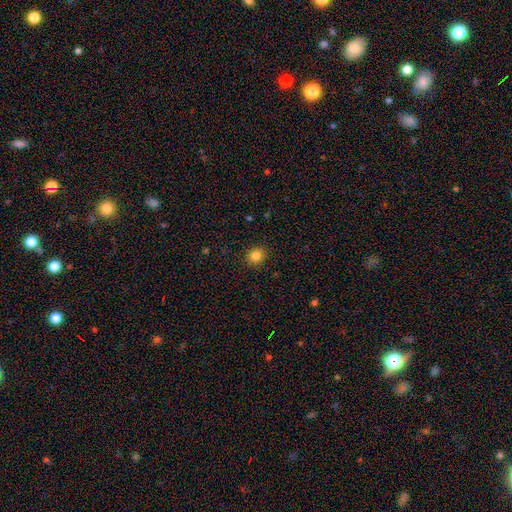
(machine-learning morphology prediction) smooth_or_featured: smooth (p=0.83) [alt: star or artifact p=0.12]
how_rounded: round (p=0.82) [alt: in between p=0.17]
merging: none (p=0.90) [alt: minor disturbance p=0.07]